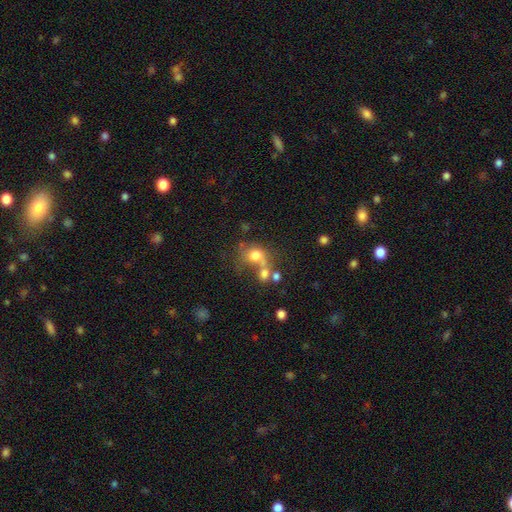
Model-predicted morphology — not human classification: Smooth or featured: smooth — 68% (featured or disk — 18%)
How rounded: round — 67% (in between — 31%)
Merging: merger — 42% (none — 35%)